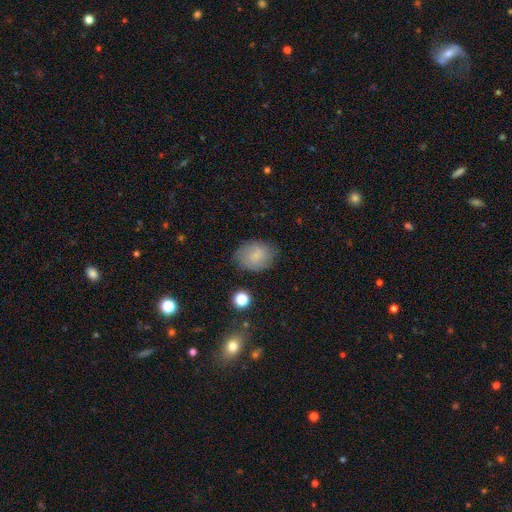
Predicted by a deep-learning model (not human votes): Smooth or featured?
  - smooth: 71% *
  - featured or disk: 20%
  - star or artifact: 9%
How rounded?
  - in between: 63% *
  - round: 36%
  - cigar-shaped: 1%
Merging?
  - none: 76% *
  - minor disturbance: 17%
  - major disturbance: 5%
  - merger: 2%